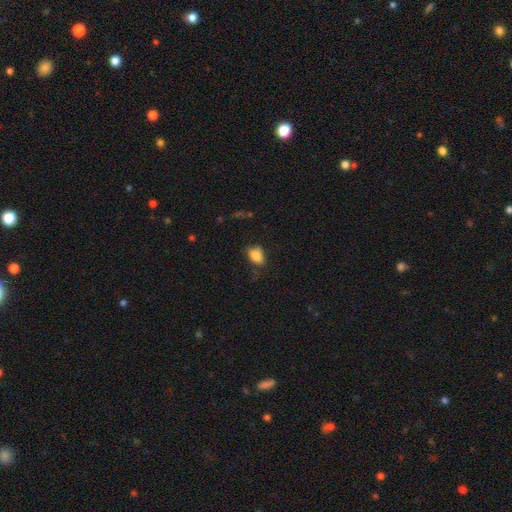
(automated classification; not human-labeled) A smooth galaxy with no disk features (82%) that is in between round and cigar-shaped (84%). Merging: none (52%).